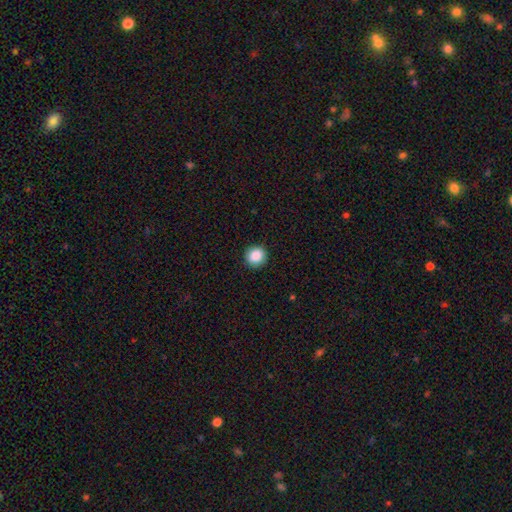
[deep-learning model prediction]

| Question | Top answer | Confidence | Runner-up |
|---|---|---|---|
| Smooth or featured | smooth | 88% | star or artifact (9%) |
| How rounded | round | 93% | in between (6%) |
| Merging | none | 91% | minor disturbance (6%) |